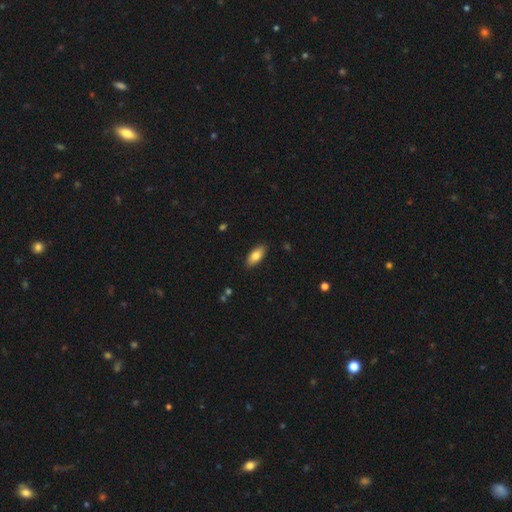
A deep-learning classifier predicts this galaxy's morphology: smooth 80%, featured or disk 13%, star or artifact 7%. Down the decision tree: how rounded — in between (86%); merging — none (88%).